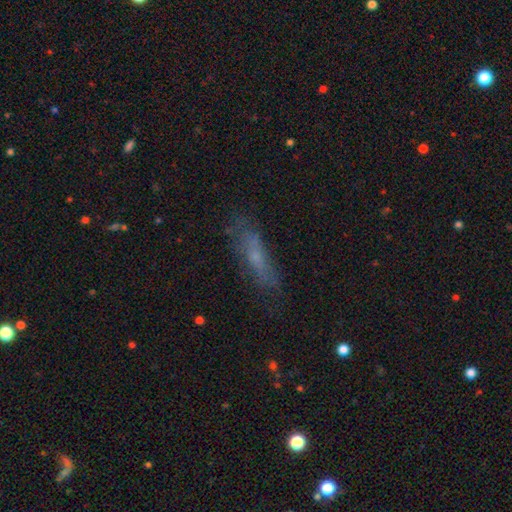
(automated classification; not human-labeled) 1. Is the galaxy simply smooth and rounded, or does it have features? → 53% smooth, 36% featured or disk, 11% star or artifact.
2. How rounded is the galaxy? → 68% cigar-shaped, 30% in between, 2% round.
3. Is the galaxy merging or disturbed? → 70% none, 20% minor disturbance, 8% major disturbance, 2% merger.